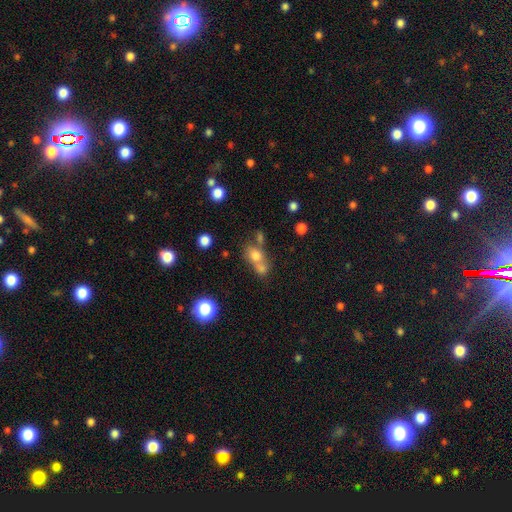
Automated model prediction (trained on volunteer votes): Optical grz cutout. It shows a smooth galaxy with no disk features (70%) that is round (52%). Merging: merger (57%).